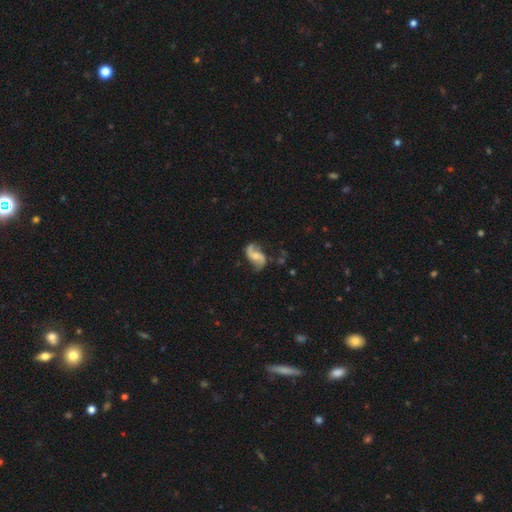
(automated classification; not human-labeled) Smooth or featured: featured or disk — 83% (smooth — 11%)
Edge-on disk: no — 97% (yes — 3%)
Bar: no — 51% (weak — 38%)
Spiral arms: yes — 96% (no — 4%)
Spiral winding: loose — 65% (medium — 28%)
Spiral arm count: 2 — 93% (can't tell — 2%)
Bulge size: moderate — 44% (small — 40%)
Merging: none — 73% (minor disturbance — 17%)